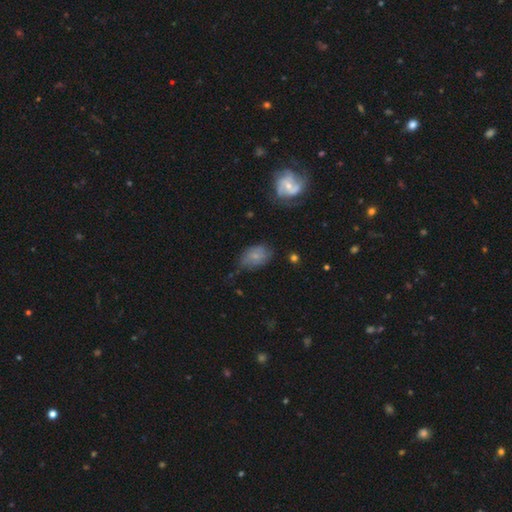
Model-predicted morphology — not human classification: smooth-or-featured: smooth: 66% | featured or disk: 24% | star or artifact: 10%
  how-rounded: in between: 86% | round: 13% | cigar-shaped: 2%
  merging: none: 55% | minor disturbance: 33% | major disturbance: 10% | merger: 3%